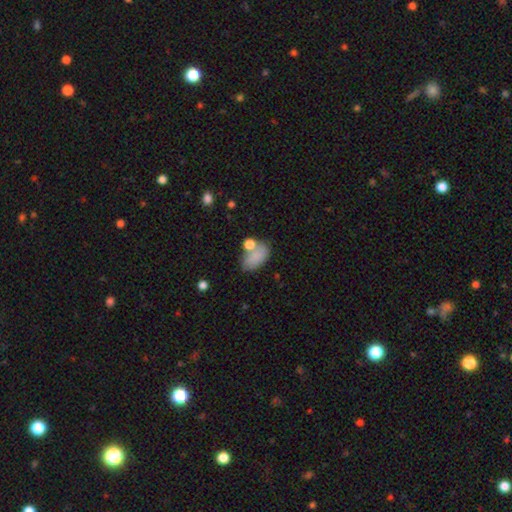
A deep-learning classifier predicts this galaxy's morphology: type=smooth (81%); roundness=in between (89%); merging=none (53%).